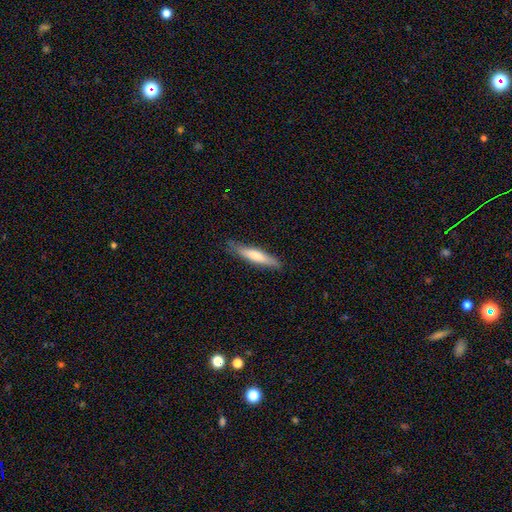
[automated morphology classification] type=smooth (70%); roundness=cigar-shaped (87%); merging=none (82%).